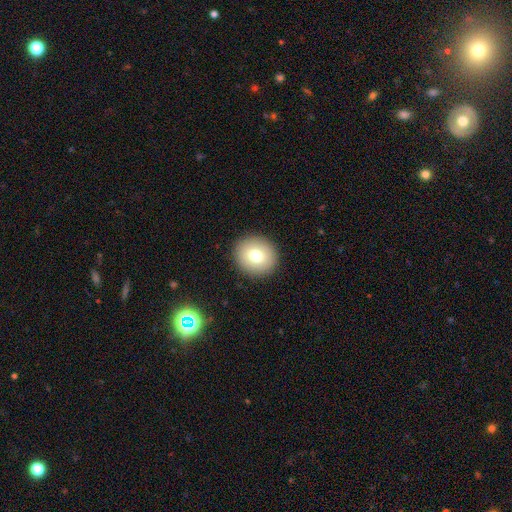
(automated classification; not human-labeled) smooth-or-featured: smooth: 76% | featured or disk: 14% | star or artifact: 10%
  how-rounded: round: 86% | in between: 13% | cigar-shaped: 1%
  merging: none: 91% | minor disturbance: 6% | major disturbance: 2% | merger: 1%